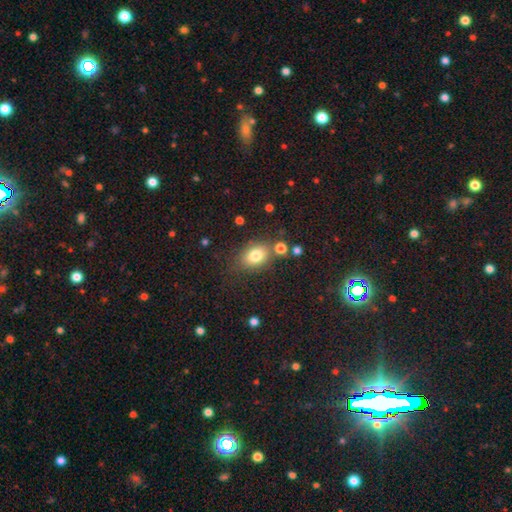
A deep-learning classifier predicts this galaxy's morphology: Q: Smooth or featured?
A: smooth (79%); runner-up: star or artifact (11%)
Q: How rounded?
A: in between (71%); runner-up: round (27%)
Q: Merging?
A: none (73%); runner-up: minor disturbance (14%)